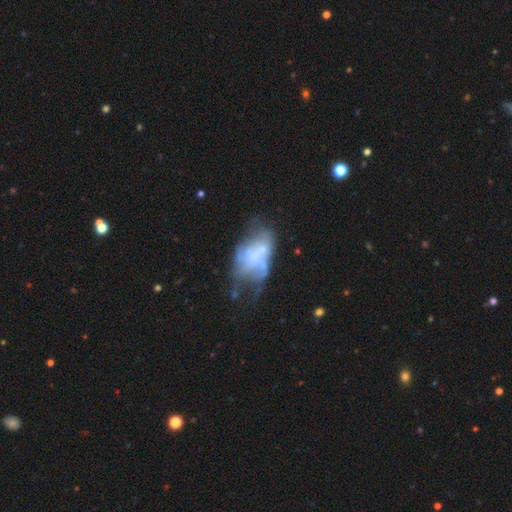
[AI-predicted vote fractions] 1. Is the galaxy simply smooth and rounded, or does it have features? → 50% featured or disk, 40% smooth, 10% star or artifact.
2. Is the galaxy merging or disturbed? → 39% major disturbance, 24% minor disturbance, 22% none, 15% merger.